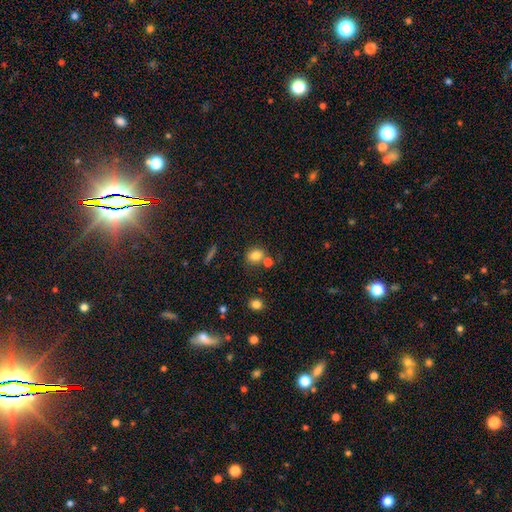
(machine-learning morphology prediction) type=smooth (81%); roundness=round (63%); merging=none (62%).